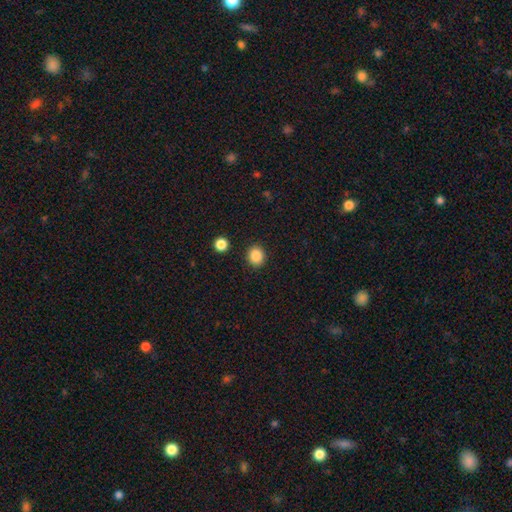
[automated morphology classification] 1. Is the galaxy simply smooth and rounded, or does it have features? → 87% smooth, 10% star or artifact, 3% featured or disk.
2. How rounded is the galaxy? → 80% round, 19% in between, 1% cigar-shaped.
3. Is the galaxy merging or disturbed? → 90% none, 6% minor disturbance, 2% merger, 2% major disturbance.